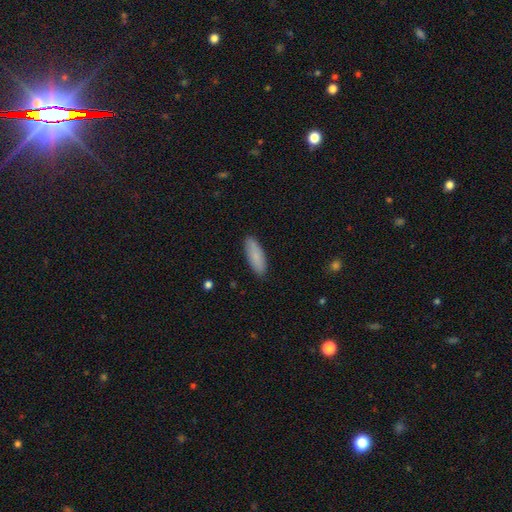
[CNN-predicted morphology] This is clearly a smooth galaxy (86%). How rounded: possibly in between (60%). Merging: clearly none (88%).